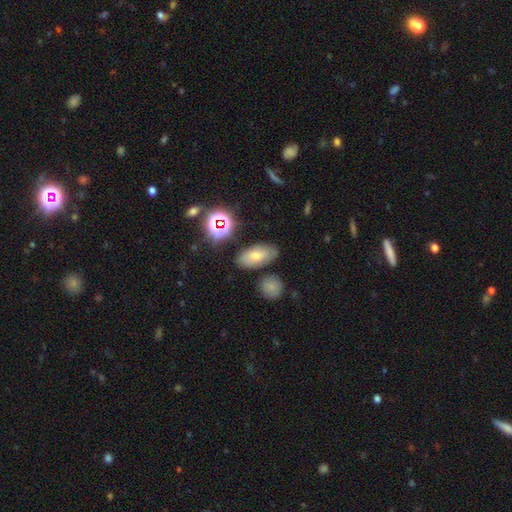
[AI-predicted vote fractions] A smooth galaxy with no disk features (64%) that is in between round and cigar-shaped (90%).

Vote fractions:
- Smooth or featured? smooth: 64% / featured or disk: 21% / star or artifact: 14%
- How rounded? in between: 90% / round: 6% / cigar-shaped: 5%
- Merging? none: 76% / minor disturbance: 14% / merger: 5% / major disturbance: 4%